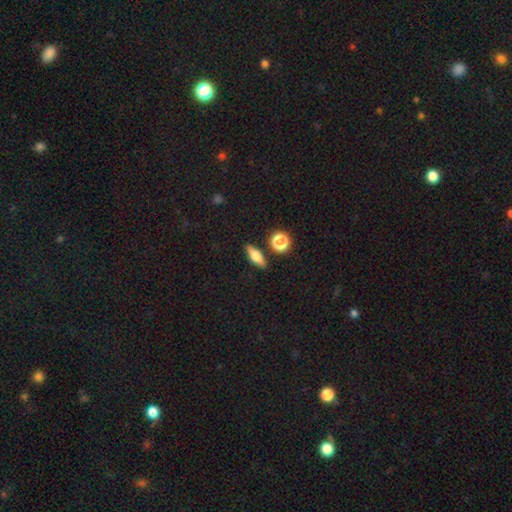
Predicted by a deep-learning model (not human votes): Smooth or featured?
  - smooth: 61% *
  - featured or disk: 29%
  - star or artifact: 10%
How rounded?
  - in between: 57% *
  - cigar-shaped: 32%
  - round: 11%
Merging?
  - none: 84% *
  - minor disturbance: 10%
  - merger: 4%
  - major disturbance: 3%